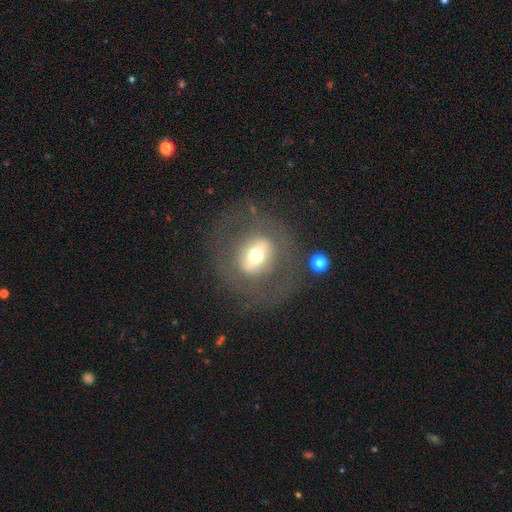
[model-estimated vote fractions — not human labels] This is possibly a featured or disk galaxy (53%). It is clearly not viewed edge-on (90%). Merging: likely none (74%).